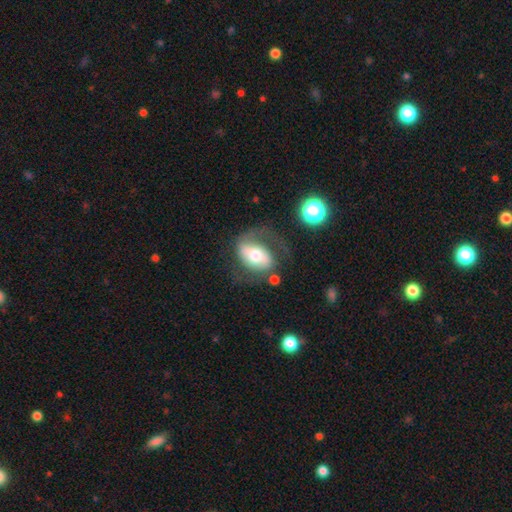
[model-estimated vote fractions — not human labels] Smooth or featured? Predicted: featured or disk (p=0.62). Edge-on disk? Predicted: no (p=0.94). Bar? Predicted: strong (p=0.40). Spiral arms? Predicted: yes (p=0.76). Bulge size? Predicted: moderate (p=0.64). Merging? Predicted: none (p=0.52).